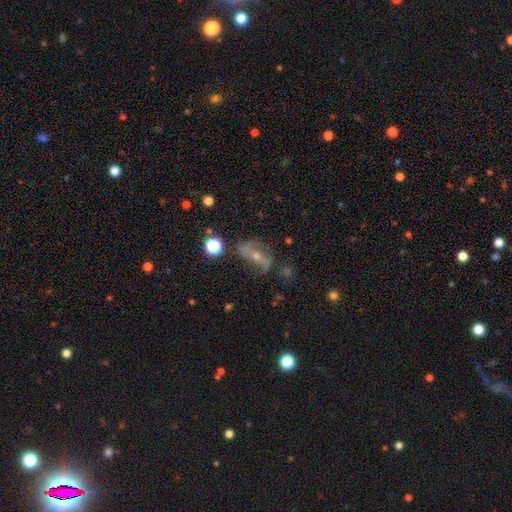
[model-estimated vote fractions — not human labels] Morphology: type=featured or disk (67%); edge-on=no (90%); bar=strong (39%); spiral arms=yes (76%); bulge=small (51%); merging=none (60%).